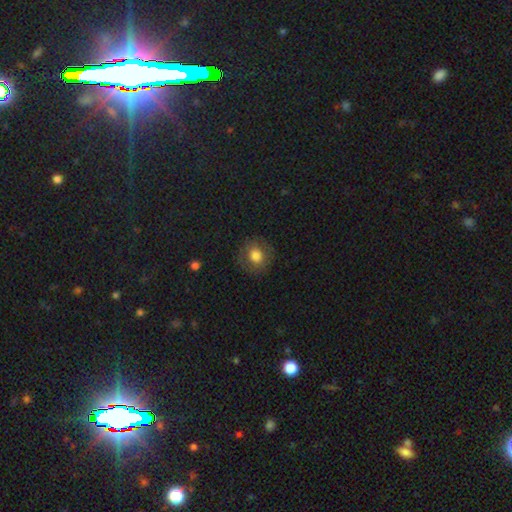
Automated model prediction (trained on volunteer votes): Smooth or featured: smooth — 77% (featured or disk — 14%)
How rounded: round — 79% (in between — 20%)
Merging: none — 84% (minor disturbance — 10%)